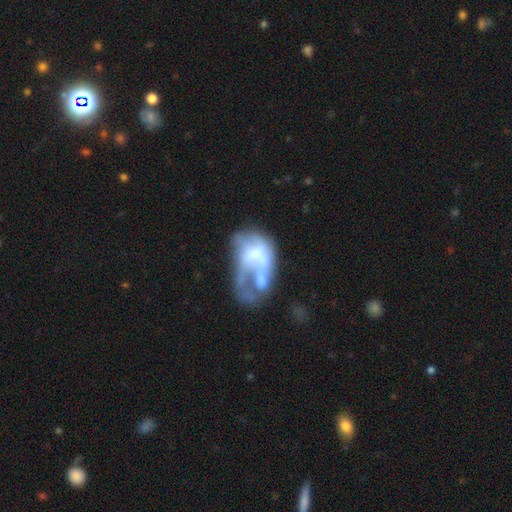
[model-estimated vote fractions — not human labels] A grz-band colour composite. It shows a featured or disk galaxy (59%) with no bar (79%), no spiral arms (78%) and no central bulge (49%). Merging: major disturbance (39%).